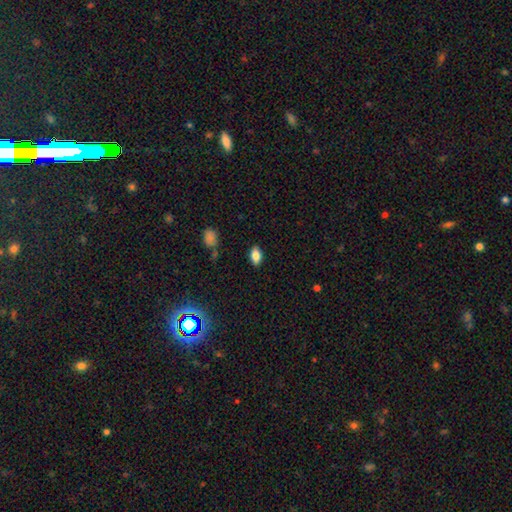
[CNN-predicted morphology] Overall: smooth (81%). How rounded: in between (90%). Merging: none (86%).